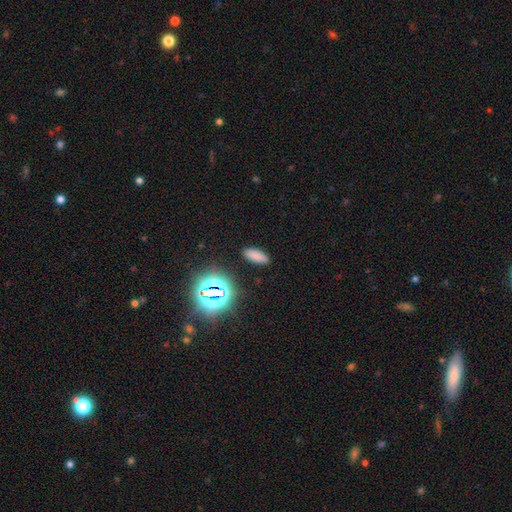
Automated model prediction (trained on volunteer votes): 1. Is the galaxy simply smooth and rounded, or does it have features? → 76% smooth, 18% star or artifact, 6% featured or disk.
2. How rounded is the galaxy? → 73% in between, 23% cigar-shaped, 4% round.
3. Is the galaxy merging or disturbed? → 89% none, 7% minor disturbance, 2% major disturbance, 1% merger.